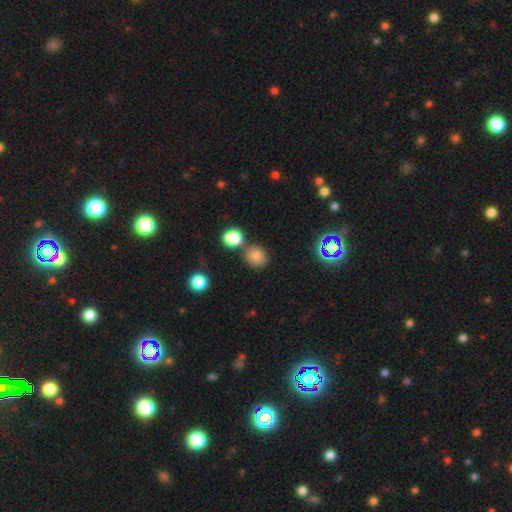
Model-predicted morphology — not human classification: This appears to be a smooth galaxy with no disk features (80%) that is round (82%). Merging: none (69%).